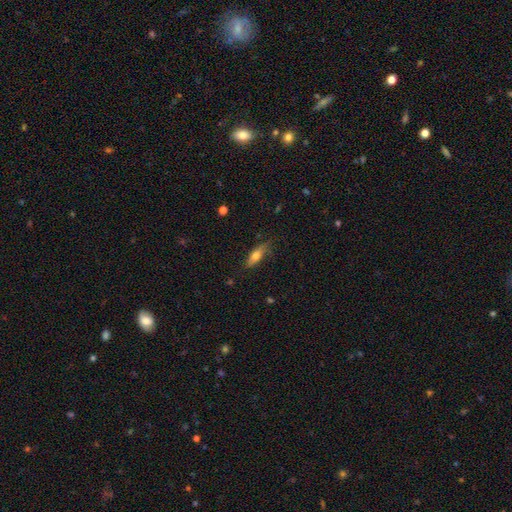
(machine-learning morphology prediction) The model was most divided on "how rounded": in between: 57%, cigar-shaped: 40%, round: 3%. More confident: merging — none (72%); smooth or featured — smooth (67%).